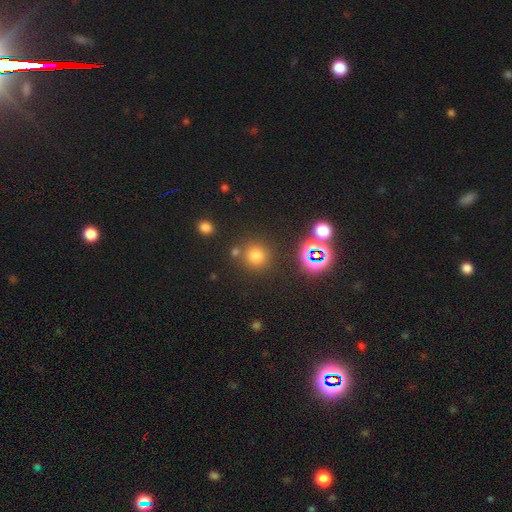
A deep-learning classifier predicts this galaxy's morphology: Smooth or featured?
  - smooth: 71% *
  - star or artifact: 22%
  - featured or disk: 7%
How rounded?
  - round: 91% *
  - in between: 8%
  - cigar-shaped: 1%
Merging?
  - none: 79% *
  - minor disturbance: 9%
  - merger: 8%
  - major disturbance: 4%